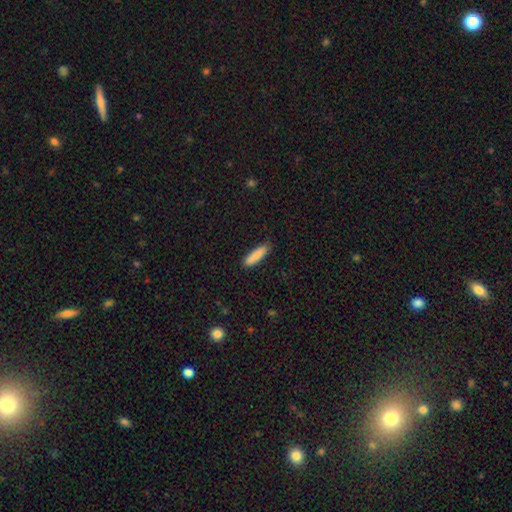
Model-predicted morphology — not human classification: Smooth or featured? Predicted: smooth (p=0.88). How rounded? Predicted: cigar-shaped (p=0.70). Merging? Predicted: none (p=0.88).